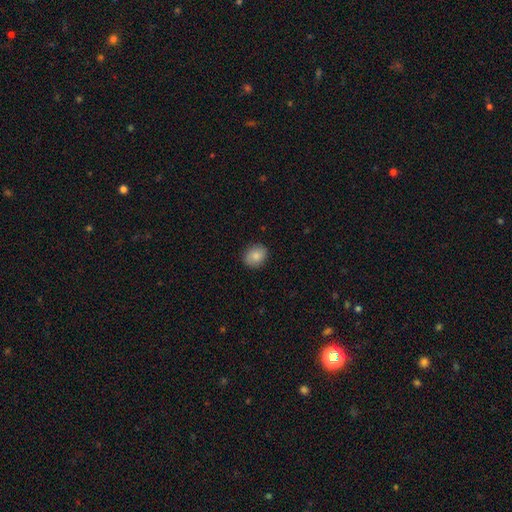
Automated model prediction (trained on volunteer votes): This appears to be a smooth galaxy with no disk features (84%) that is round (56%). Merging: none (88%).